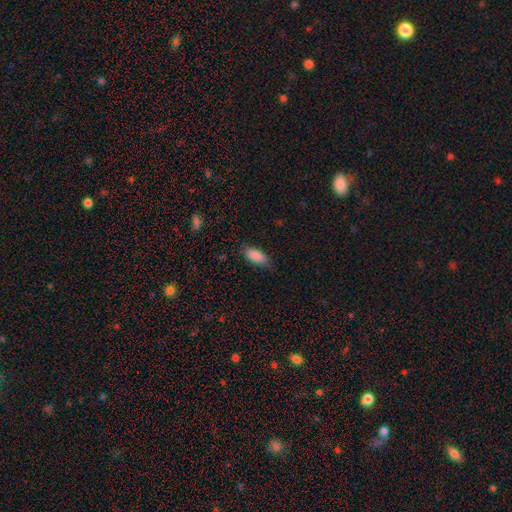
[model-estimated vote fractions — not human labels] A smooth galaxy with no disk features (88%) that is in between round and cigar-shaped (85%). Merging: none (78%).